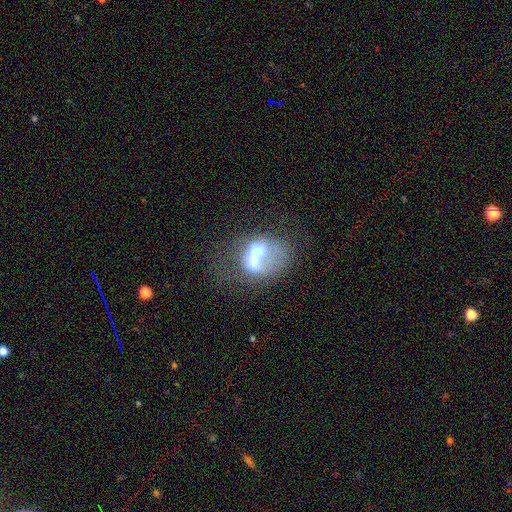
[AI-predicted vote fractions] Smooth or featured? featured or disk (46%)
Merging? major disturbance (45%)